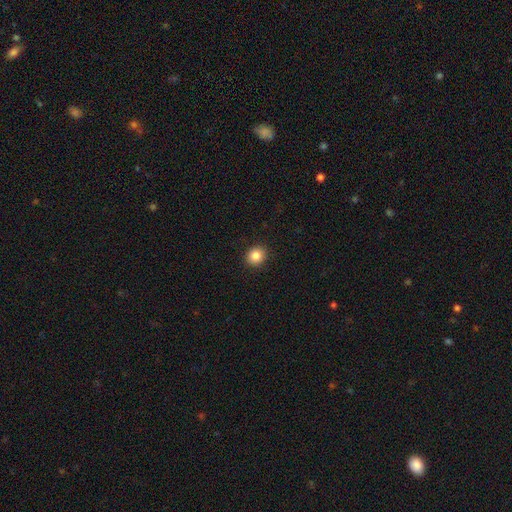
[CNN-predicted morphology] A smooth galaxy with no disk features (85%) that is round (76%).

Vote fractions:
- Smooth or featured? smooth: 85% / star or artifact: 10% / featured or disk: 5%
- How rounded? round: 76% / in between: 24% / cigar-shaped: 1%
- Merging? none: 92% / minor disturbance: 6% / major disturbance: 2% / merger: 1%